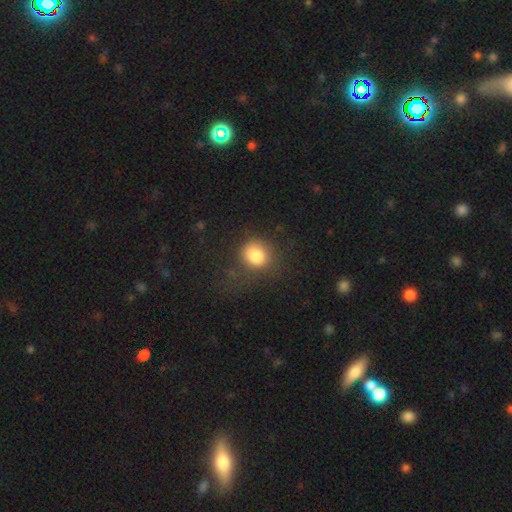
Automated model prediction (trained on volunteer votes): Q: Smooth or featured?
A: smooth (82%); runner-up: star or artifact (11%)
Q: How rounded?
A: round (77%); runner-up: in between (22%)
Q: Merging?
A: none (67%); runner-up: minor disturbance (19%)